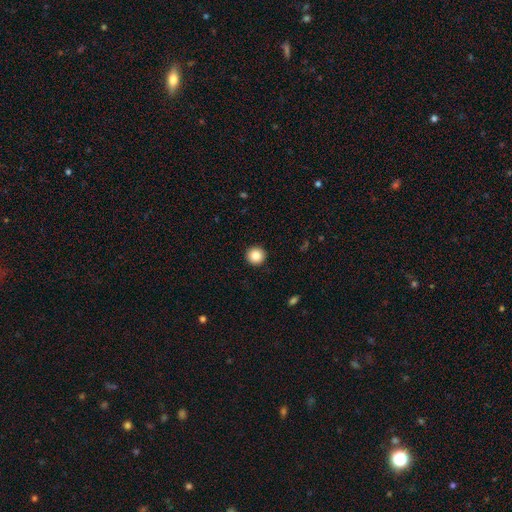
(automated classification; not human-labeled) This appears to be a smooth galaxy with no disk features (85%) that is round (95%). Merging: none (93%).